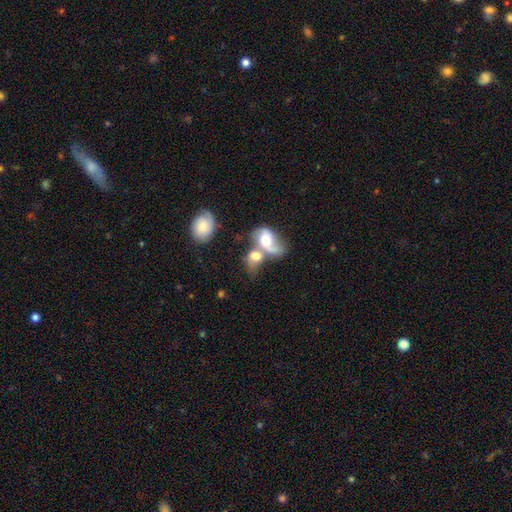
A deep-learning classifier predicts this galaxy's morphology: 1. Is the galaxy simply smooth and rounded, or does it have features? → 56% smooth, 35% featured or disk, 9% star or artifact.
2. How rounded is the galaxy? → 69% in between, 29% round, 3% cigar-shaped.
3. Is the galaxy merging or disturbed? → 71% merger, 12% none, 11% major disturbance, 7% minor disturbance.